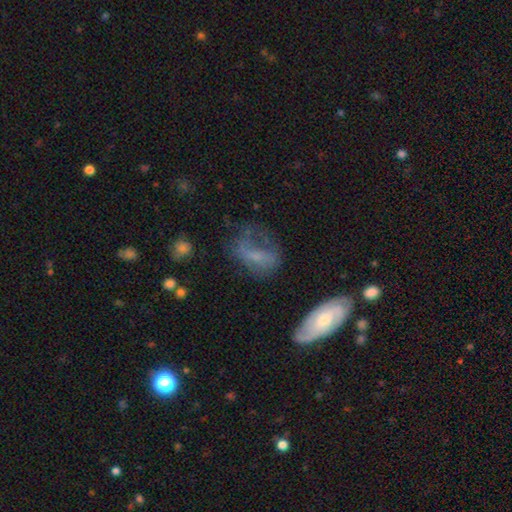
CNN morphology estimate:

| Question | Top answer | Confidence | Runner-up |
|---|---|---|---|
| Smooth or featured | featured or disk | 44% | smooth (42%) |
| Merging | none | 39% | major disturbance (32%) |